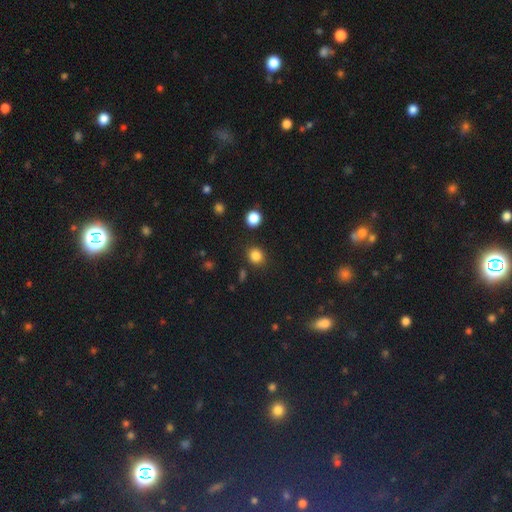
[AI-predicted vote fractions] Q: Smooth or featured?
A: smooth (84%); runner-up: star or artifact (12%)
Q: How rounded?
A: round (80%); runner-up: in between (19%)
Q: Merging?
A: none (85%); runner-up: minor disturbance (8%)